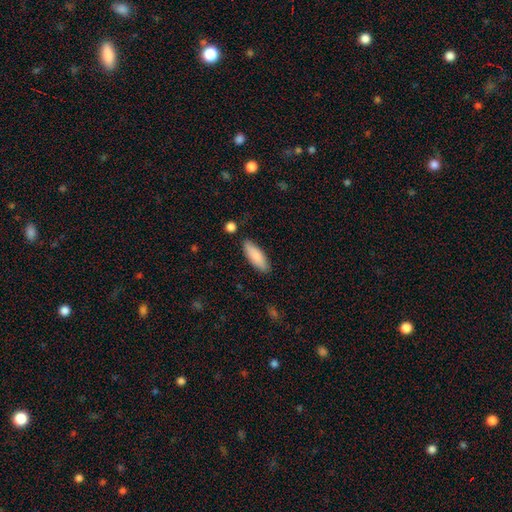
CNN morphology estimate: smooth 86%, featured or disk 8%, star or artifact 6%. Down the decision tree: how rounded — in between (65%); merging — none (82%).